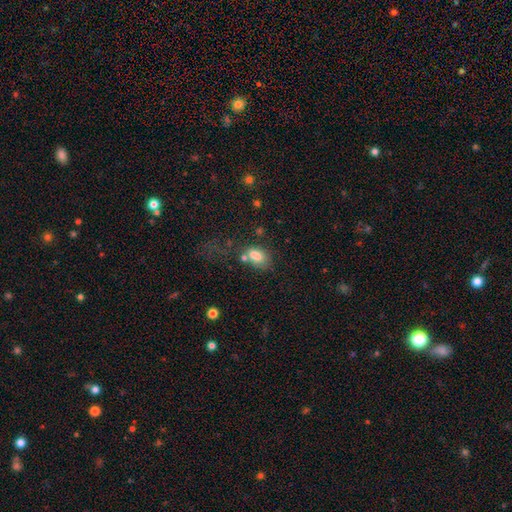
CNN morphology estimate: This appears to be a smooth galaxy with no disk features (75%) that is in between round and cigar-shaped (80%). Merging: none (39%).